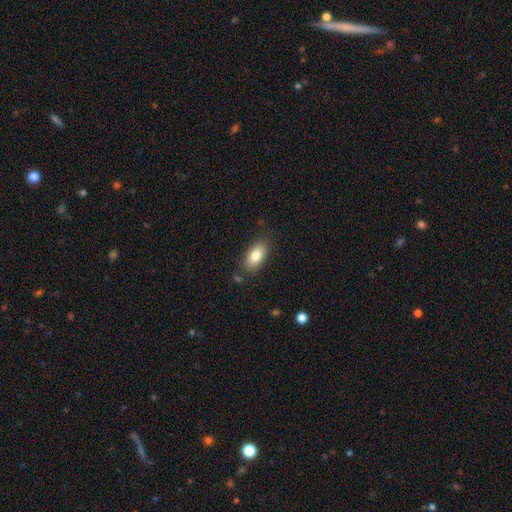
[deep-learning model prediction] smooth_or_featured: smooth (p=0.81) [alt: featured or disk p=0.11]
how_rounded: in between (p=0.91) [alt: round p=0.05]
merging: none (p=0.82) [alt: minor disturbance p=0.12]